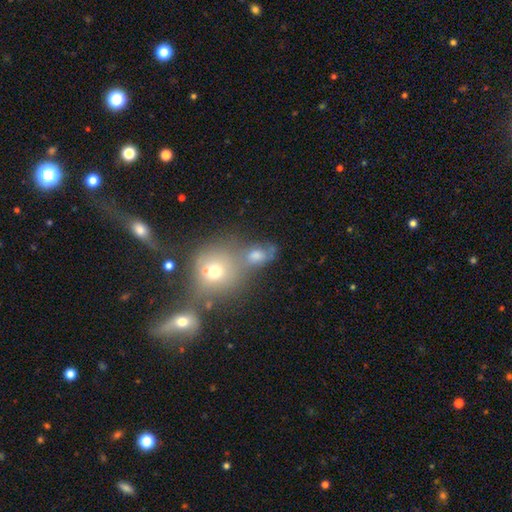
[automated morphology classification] smooth 57%, star or artifact 23%, featured or disk 21%. Down the decision tree: how rounded — round (57%); merging — merger (41%).